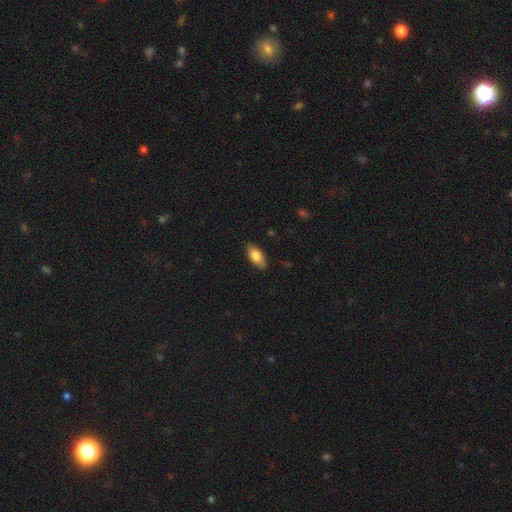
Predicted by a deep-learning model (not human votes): Q: Smooth or featured?
A: smooth (80%); runner-up: featured or disk (14%)
Q: How rounded?
A: in between (88%); runner-up: cigar-shaped (9%)
Q: Merging?
A: none (86%); runner-up: minor disturbance (11%)